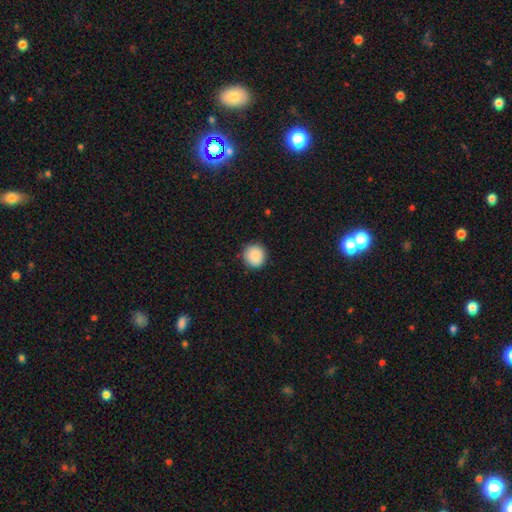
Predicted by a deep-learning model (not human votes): Smooth or featured? Predicted: smooth (p=0.89). How rounded? Predicted: round (p=0.92). Merging? Predicted: none (p=0.90).